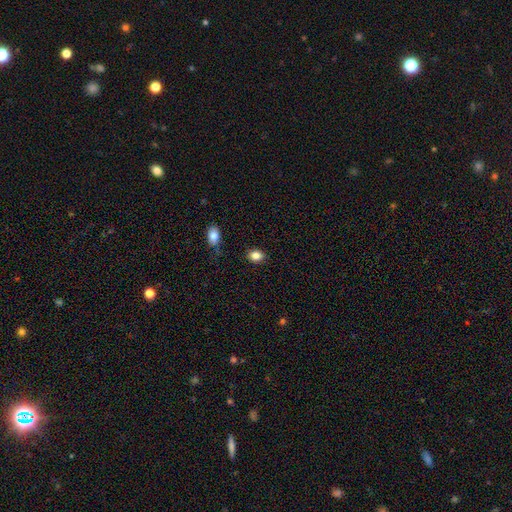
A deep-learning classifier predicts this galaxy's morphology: A smooth galaxy with no disk features (84%) that is in between round and cigar-shaped (64%).

Vote fractions:
- Smooth or featured? smooth: 84% / star or artifact: 10% / featured or disk: 6%
- How rounded? in between: 64% / round: 35% / cigar-shaped: 1%
- Merging? none: 86% / minor disturbance: 10% / major disturbance: 2% / merger: 2%